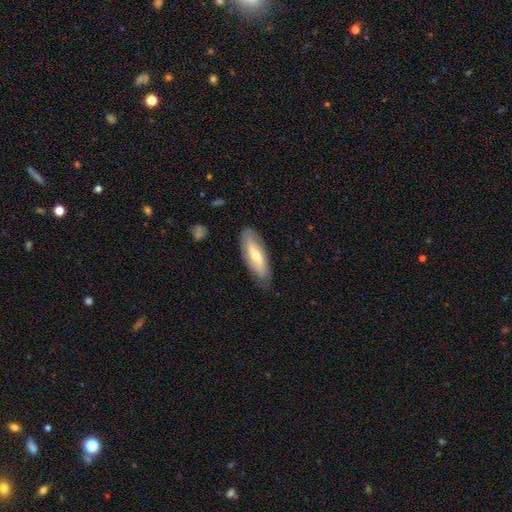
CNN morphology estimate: smooth_or_featured: featured or disk (p=0.50) [alt: smooth p=0.44]
merging: none (p=0.80) [alt: minor disturbance p=0.15]